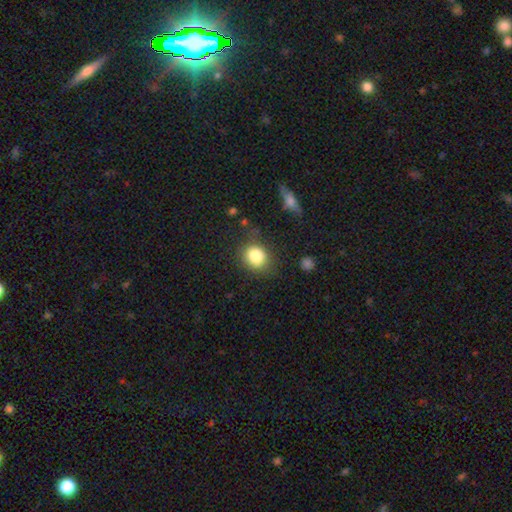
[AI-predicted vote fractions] This appears to be a smooth galaxy with no disk features (83%) that is round (67%). Merging: none (73%).